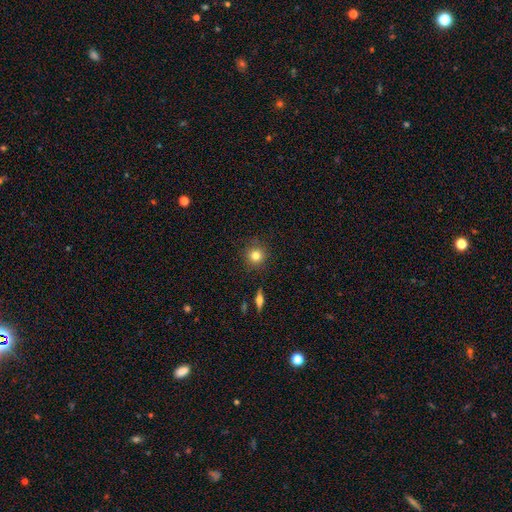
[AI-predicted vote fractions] Q: Smooth or featured?
A: smooth (81%); runner-up: star or artifact (11%)
Q: How rounded?
A: round (93%); runner-up: in between (6%)
Q: Merging?
A: none (88%); runner-up: minor disturbance (8%)